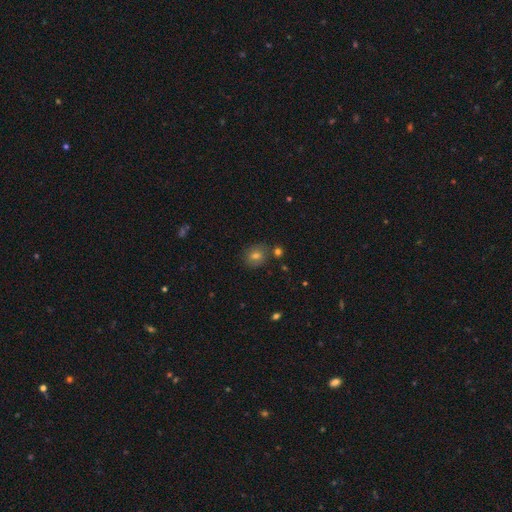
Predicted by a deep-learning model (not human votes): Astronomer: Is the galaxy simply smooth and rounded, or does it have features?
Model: smooth — 72%.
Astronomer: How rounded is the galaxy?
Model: round — 69%.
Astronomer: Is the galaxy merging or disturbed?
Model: none — 78%.